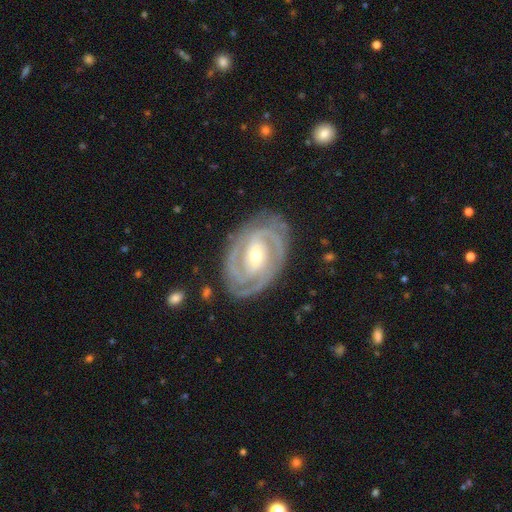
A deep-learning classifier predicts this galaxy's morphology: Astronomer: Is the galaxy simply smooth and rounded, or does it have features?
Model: featured or disk — 91%.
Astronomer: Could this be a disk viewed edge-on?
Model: no — 96%.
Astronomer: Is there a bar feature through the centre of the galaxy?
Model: weak — 38% (runner-up: no, 35%).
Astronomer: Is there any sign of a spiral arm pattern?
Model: yes — 98%.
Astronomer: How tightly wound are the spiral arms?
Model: tight — 69%.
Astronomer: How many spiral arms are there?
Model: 2 — 50% (runner-up: 3, 26%).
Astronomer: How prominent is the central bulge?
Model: moderate — 50% (runner-up: small, 47%).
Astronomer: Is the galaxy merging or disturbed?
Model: none — 82%.